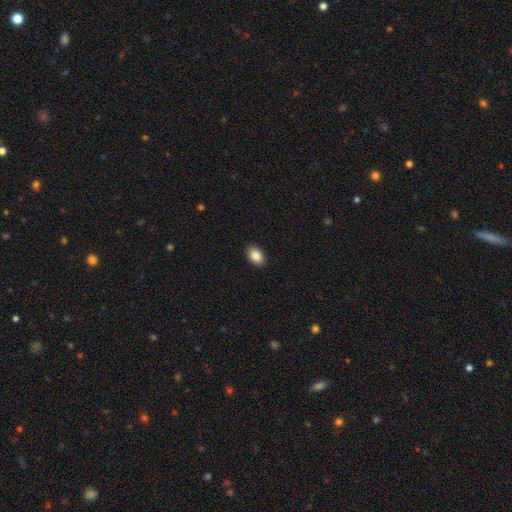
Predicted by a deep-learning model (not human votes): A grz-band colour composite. It shows a smooth galaxy with no disk features (88%) that is in between round and cigar-shaped (88%). Merging: none (90%).